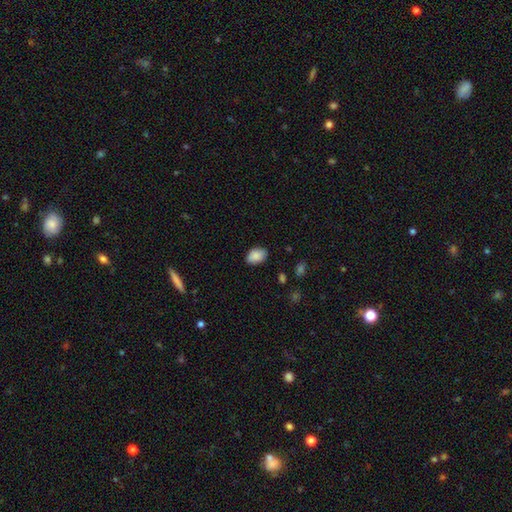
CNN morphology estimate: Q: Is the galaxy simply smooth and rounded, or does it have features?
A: smooth — 88%.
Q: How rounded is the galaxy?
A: in between — 86%.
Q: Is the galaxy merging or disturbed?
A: none — 82%.